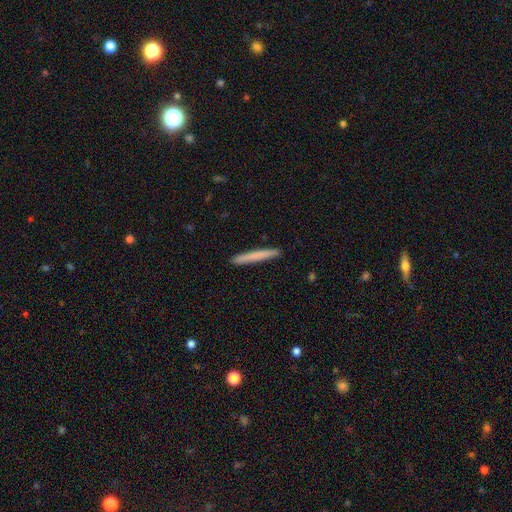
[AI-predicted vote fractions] Smooth or featured? Predicted: smooth (p=0.73). How rounded? Predicted: cigar-shaped (p=0.97). Merging? Predicted: none (p=0.93).